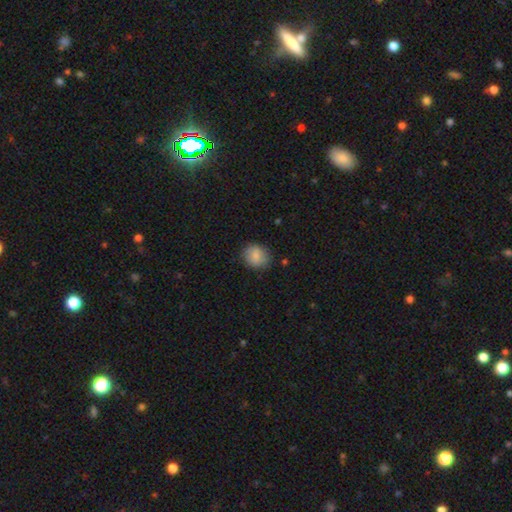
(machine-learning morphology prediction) Smooth or featured?
  - smooth: 83% *
  - featured or disk: 10%
  - star or artifact: 8%
How rounded?
  - round: 68% *
  - in between: 31%
  - cigar-shaped: 1%
Merging?
  - none: 83% *
  - minor disturbance: 13%
  - major disturbance: 3%
  - merger: 1%